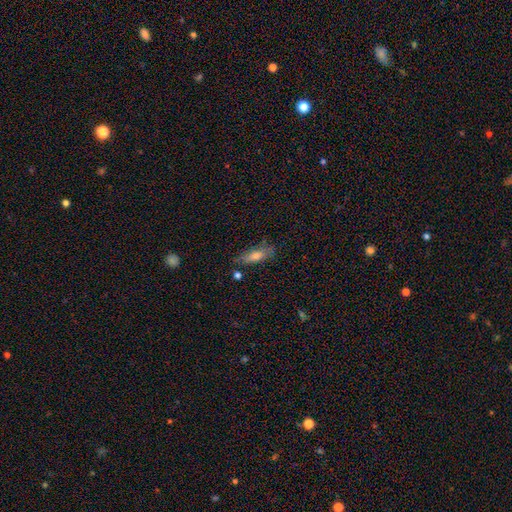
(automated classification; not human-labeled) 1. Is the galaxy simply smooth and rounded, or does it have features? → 59% smooth, 31% featured or disk, 10% star or artifact.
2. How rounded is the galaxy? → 56% cigar-shaped, 41% in between, 3% round.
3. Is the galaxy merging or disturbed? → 70% none, 21% minor disturbance, 5% major disturbance, 4% merger.